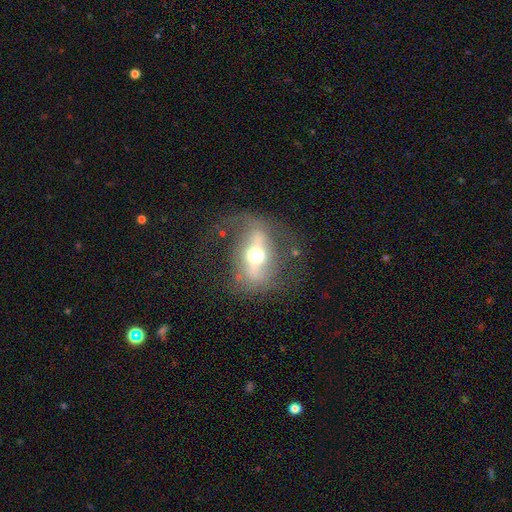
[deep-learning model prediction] Morphology: type=featured or disk (71%); edge-on=no (70%); bar=strong (67%); spiral arms=no (67%); bulge=moderate (69%); merging=none (63%).